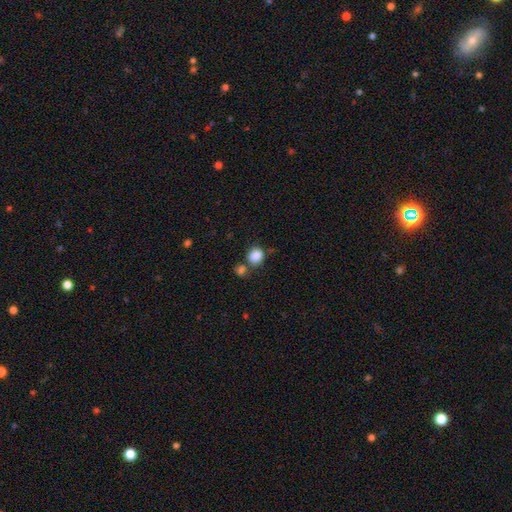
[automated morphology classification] A smooth galaxy with no disk features (87%) that is round (71%). Merging: none (60%).